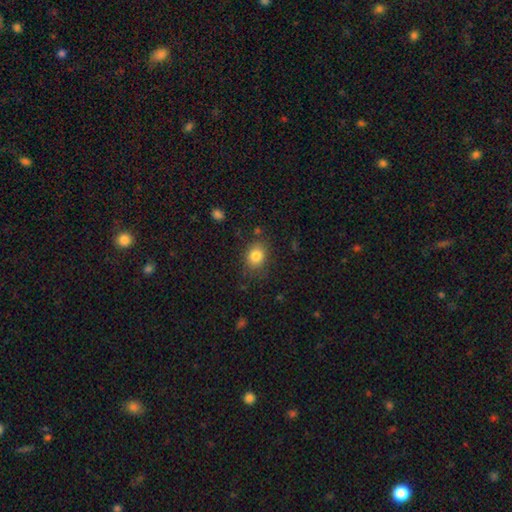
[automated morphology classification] A smooth galaxy with no disk features (82%) that is in between round and cigar-shaped (50%).

Vote fractions:
- Smooth or featured? smooth: 82% / star or artifact: 10% / featured or disk: 8%
- How rounded? in between: 50% / round: 49% / cigar-shaped: 1%
- Merging? none: 79% / minor disturbance: 14% / major disturbance: 4% / merger: 2%